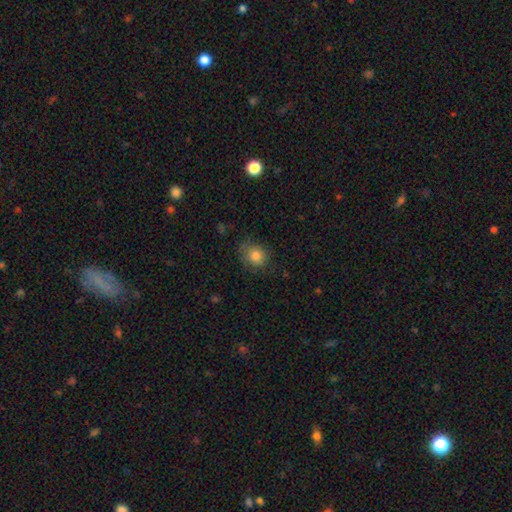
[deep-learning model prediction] smooth 82%, star or artifact 10%, featured or disk 8%. Down the decision tree: how rounded — round (75%); merging — none (72%).